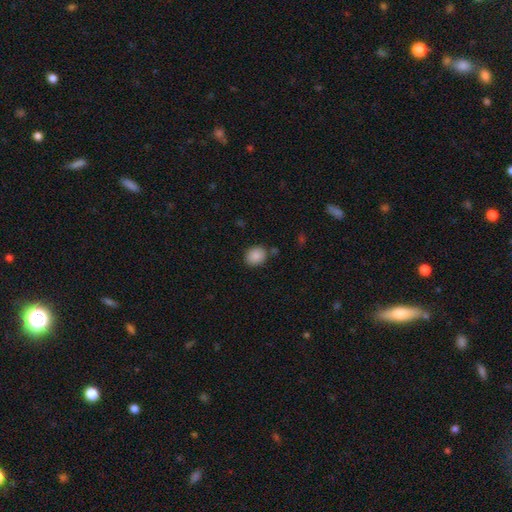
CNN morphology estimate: Q: Smooth or featured?
A: smooth (88%); runner-up: star or artifact (8%)
Q: How rounded?
A: round (63%); runner-up: in between (36%)
Q: Merging?
A: none (81%); runner-up: minor disturbance (11%)